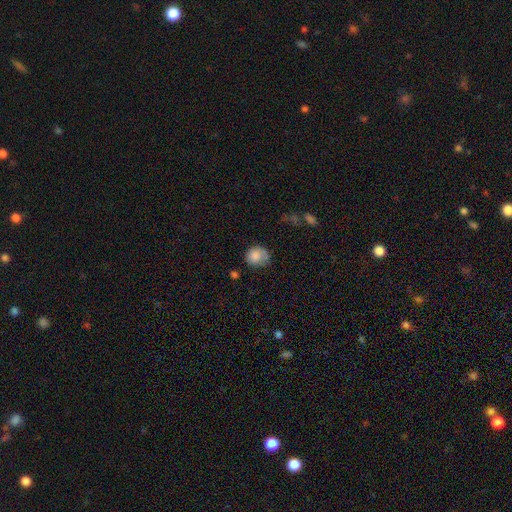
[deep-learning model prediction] A smooth galaxy with no disk features (80%) that is round (70%).

Vote fractions:
- Smooth or featured? smooth: 80% / featured or disk: 12% / star or artifact: 8%
- How rounded? round: 70% / in between: 29% / cigar-shaped: 1%
- Merging? none: 54% / minor disturbance: 31% / major disturbance: 12% / merger: 3%